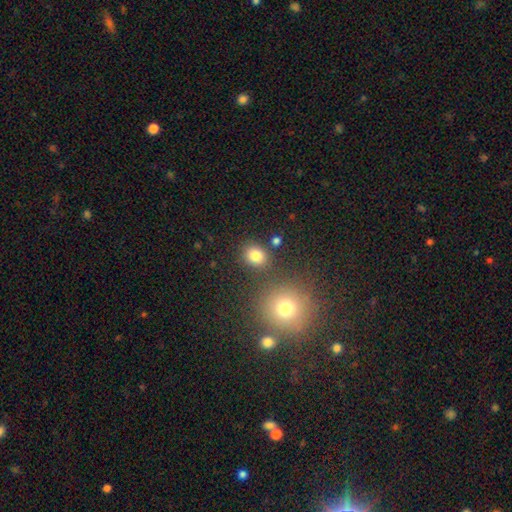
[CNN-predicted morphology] Smooth or featured: smooth — 81% (star or artifact — 13%)
How rounded: round — 57% (in between — 42%)
Merging: none — 79% (minor disturbance — 9%)